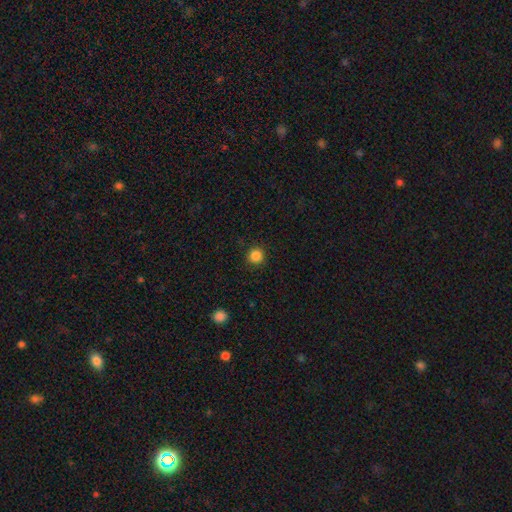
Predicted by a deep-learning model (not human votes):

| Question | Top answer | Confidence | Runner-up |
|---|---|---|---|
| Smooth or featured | smooth | 85% | star or artifact (11%) |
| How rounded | round | 93% | in between (6%) |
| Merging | none | 92% | minor disturbance (5%) |